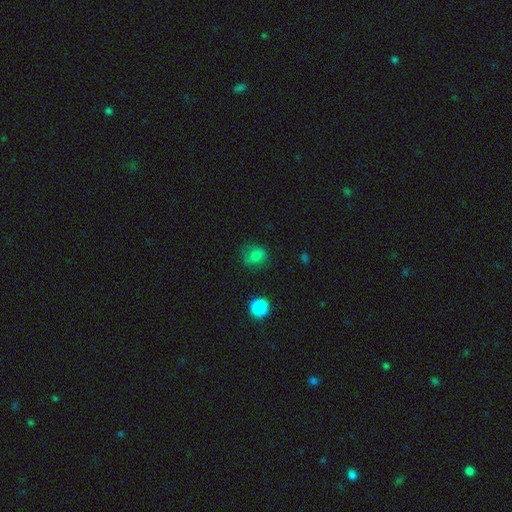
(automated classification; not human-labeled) smooth_or_featured: smooth (p=0.78) [alt: star or artifact p=0.13]
how_rounded: round (p=0.67) [alt: in between p=0.32]
merging: none (p=0.70) [alt: minor disturbance p=0.21]